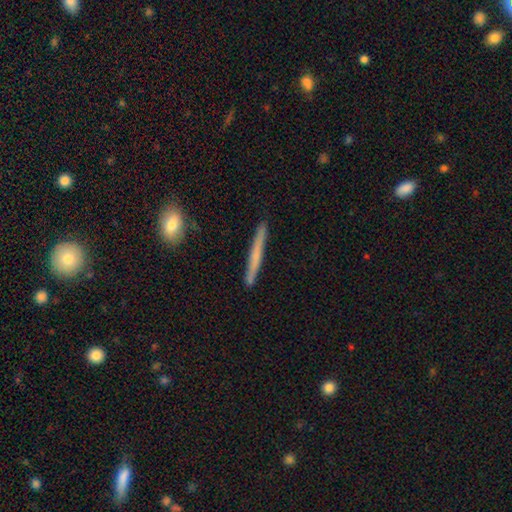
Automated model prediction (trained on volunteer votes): The model was most divided on "smooth or featured": smooth: 56%, featured or disk: 38%, star or artifact: 6%. More confident: how rounded — cigar-shaped (96%); merging — none (90%).